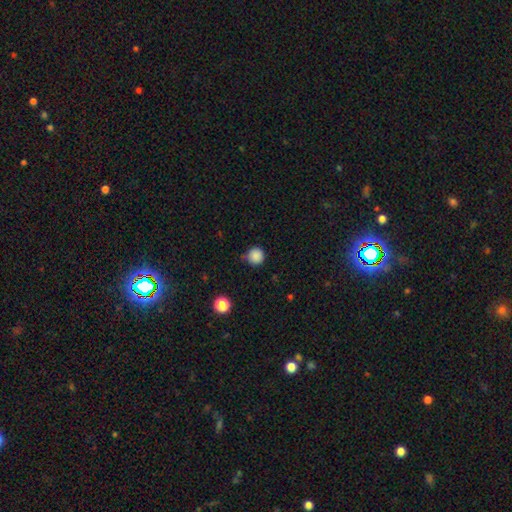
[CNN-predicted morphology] This appears to be a smooth galaxy with no disk features (86%) that is round (95%). Merging: none (76%).